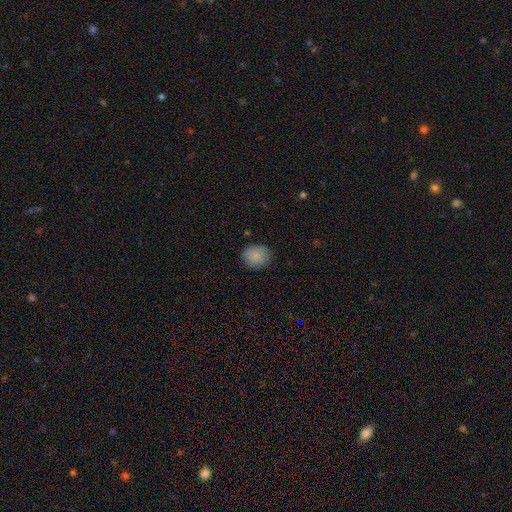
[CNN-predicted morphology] A smooth galaxy with no disk features (87%) that is round (60%).

Vote fractions:
- Smooth or featured? smooth: 87% / star or artifact: 8% / featured or disk: 5%
- How rounded? round: 60% / in between: 39% / cigar-shaped: 1%
- Merging? none: 82% / minor disturbance: 14% / major disturbance: 3% / merger: 1%